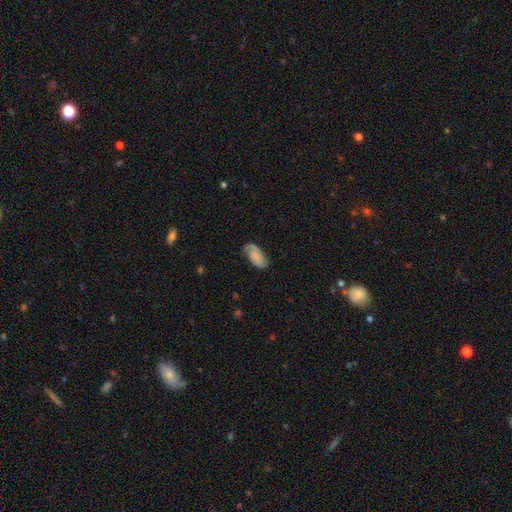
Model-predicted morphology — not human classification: Smooth or featured? smooth (57%)
How rounded? in between (93%)
Merging? none (63%)